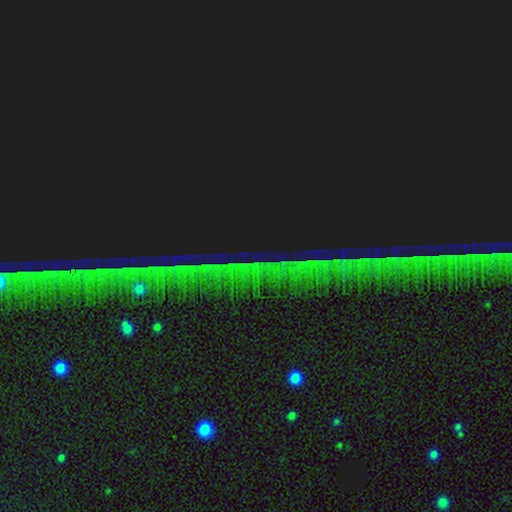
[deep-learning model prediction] smooth-or-featured: star or artifact: 86% | featured or disk: 8% | smooth: 6%